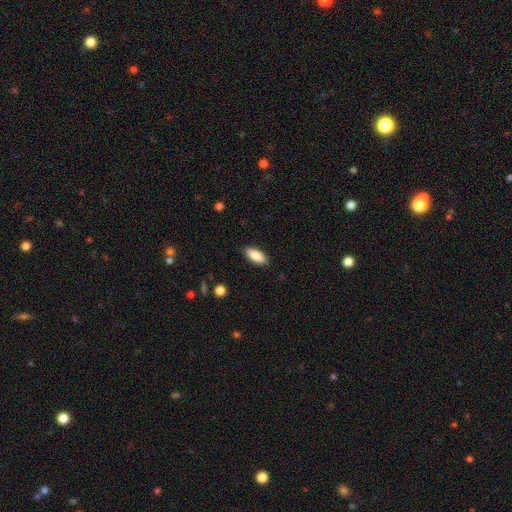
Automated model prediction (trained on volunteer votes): This appears to be a smooth galaxy with no disk features (85%) that is in between round and cigar-shaped (77%). Merging: none (89%).